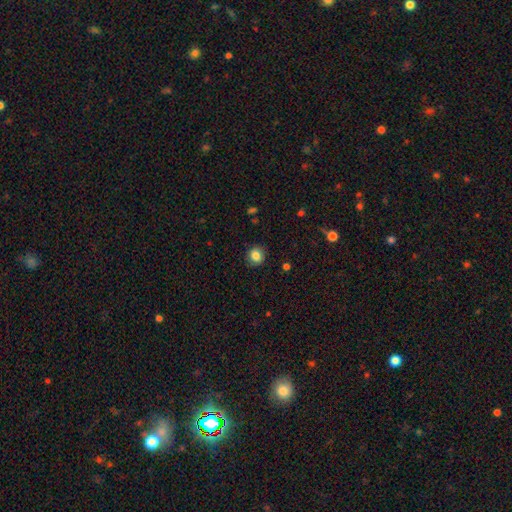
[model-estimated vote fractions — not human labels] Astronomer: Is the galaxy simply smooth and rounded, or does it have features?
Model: smooth — 83%.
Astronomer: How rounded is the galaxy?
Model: round — 81%.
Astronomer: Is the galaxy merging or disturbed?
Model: none — 87%.